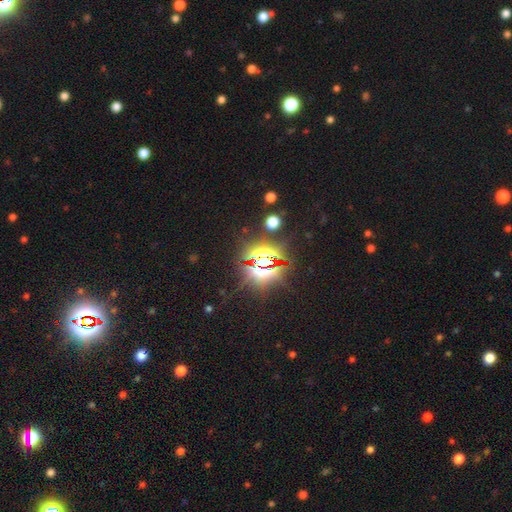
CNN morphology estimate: This is clearly a star or artifact rather than a galaxy (85%).